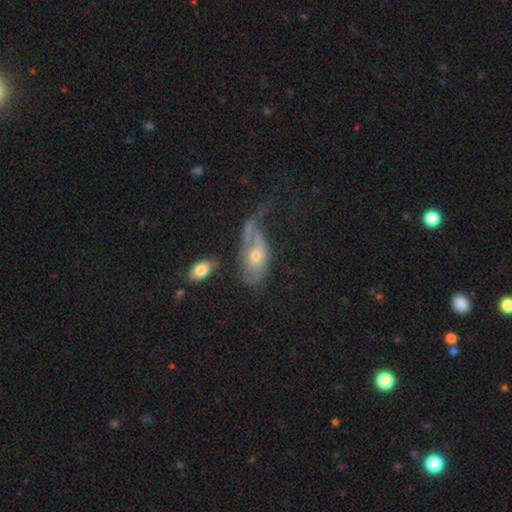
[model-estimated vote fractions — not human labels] A featured or disk galaxy (58%) with no bar (77%), spiral arms (56%) and a small central bulge (50%).

Vote fractions:
- Smooth or featured? featured or disk: 58% / smooth: 34% / star or artifact: 8%
- Edge-on disk? no: 87% / yes: 13%
- Bar? no: 77% / weak: 19% / strong: 5%
- Spiral arms? yes: 56% / no: 44%
- Bulge size? small: 50% / moderate: 45% / large: 2% / none: 2% / dominant: 1%
- Merging? major disturbance: 46% / none: 23% / minor disturbance: 21% / merger: 10%